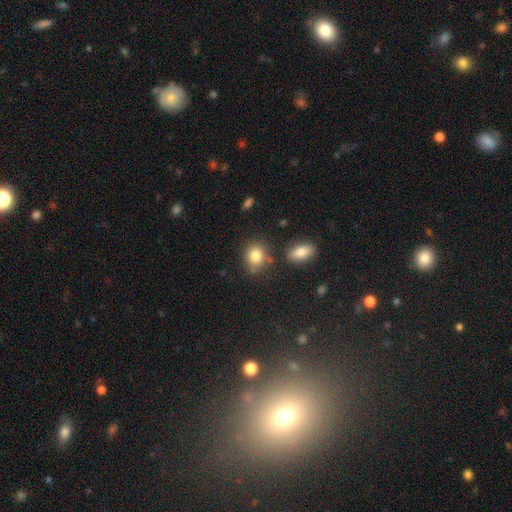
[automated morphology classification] Smooth or featured? Predicted: smooth (p=0.83). How rounded? Predicted: round (p=0.54). Merging? Predicted: none (p=0.67).